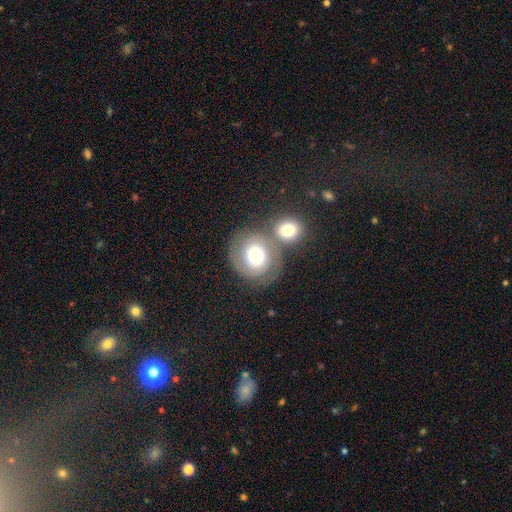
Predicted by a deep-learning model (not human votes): This appears to be a featured or disk galaxy (52%) with no bar (79%), spiral arms (78%) and a moderate central bulge (51%). Merging: none (52%).